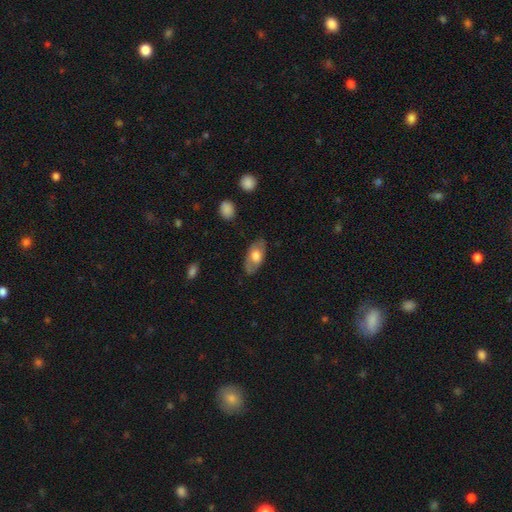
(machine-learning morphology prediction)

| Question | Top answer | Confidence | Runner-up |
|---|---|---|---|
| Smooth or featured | smooth | 61% | featured or disk (33%) |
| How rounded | in between | 91% | cigar-shaped (5%) |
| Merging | none | 78% | minor disturbance (16%) |